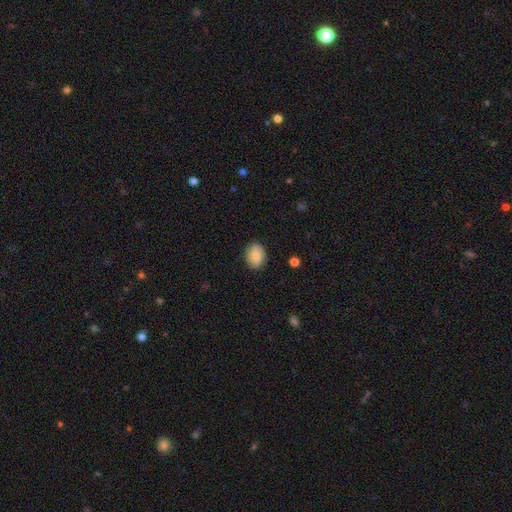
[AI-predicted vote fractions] Overall: smooth (85%). How rounded: in between (74%). Merging: none (85%).